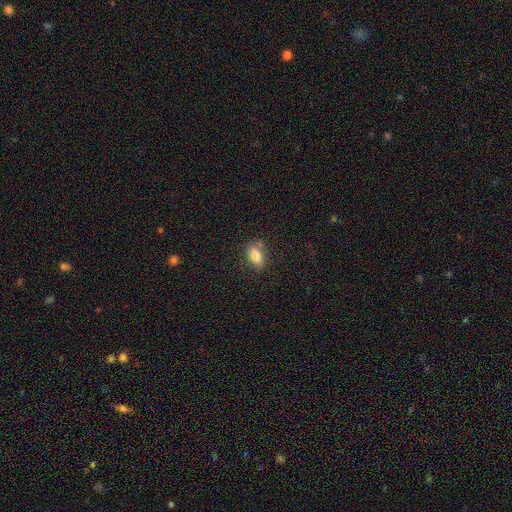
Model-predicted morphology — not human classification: Smooth or featured: smooth — 82% (featured or disk — 9%)
How rounded: in between — 85% (round — 9%)
Merging: none — 77% (minor disturbance — 14%)